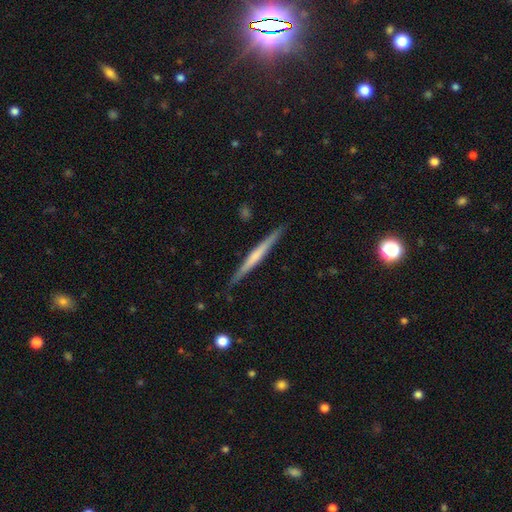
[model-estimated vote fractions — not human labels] Smooth or featured: featured or disk — 57% (smooth — 38%)
Edge-on disk: yes — 98% (no — 2%)
Edge-on bulge: none — 64% (rounded — 24%)
Merging: none — 90% (minor disturbance — 8%)